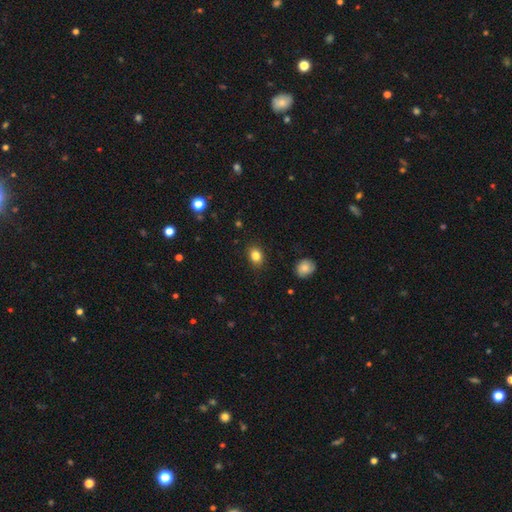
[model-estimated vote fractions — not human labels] Smooth or featured? Predicted: smooth (p=0.84). How rounded? Predicted: in between (p=0.57). Merging? Predicted: none (p=0.88).